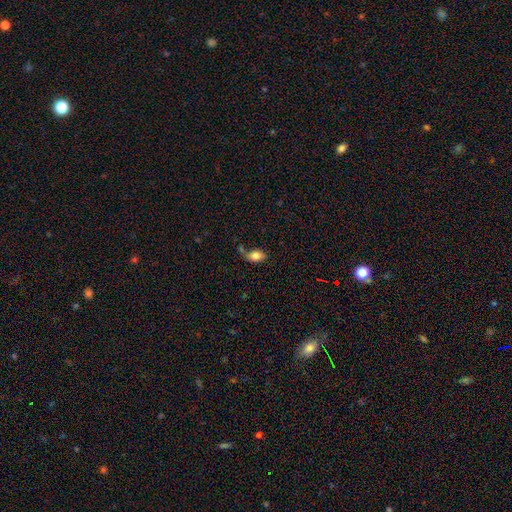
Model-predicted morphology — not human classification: A smooth galaxy with no disk features (81%) that is in between round and cigar-shaped (87%).

Vote fractions:
- Smooth or featured? smooth: 81% / featured or disk: 11% / star or artifact: 8%
- How rounded? in between: 87% / round: 11% / cigar-shaped: 2%
- Merging? none: 53% / minor disturbance: 24% / merger: 12% / major disturbance: 11%